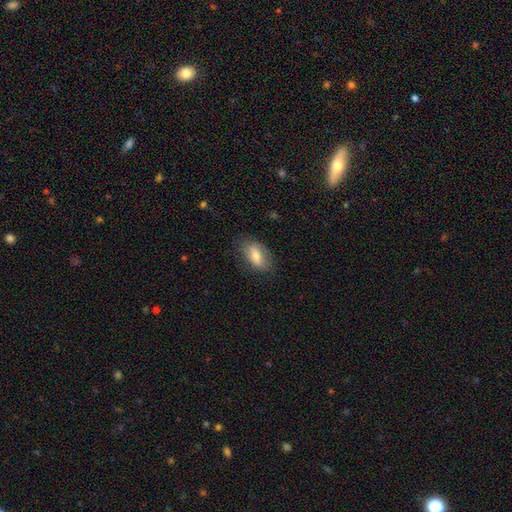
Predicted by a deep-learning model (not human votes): Smooth or featured? Predicted: smooth (p=0.69). How rounded? Predicted: in between (p=0.89). Merging? Predicted: none (p=0.75).